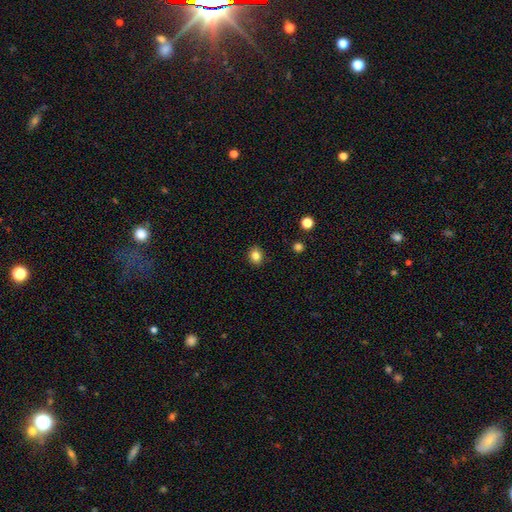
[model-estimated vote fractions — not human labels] smooth_or_featured: smooth (p=0.84) [alt: star or artifact p=0.11]
how_rounded: round (p=0.65) [alt: in between p=0.34]
merging: none (p=0.89) [alt: minor disturbance p=0.07]